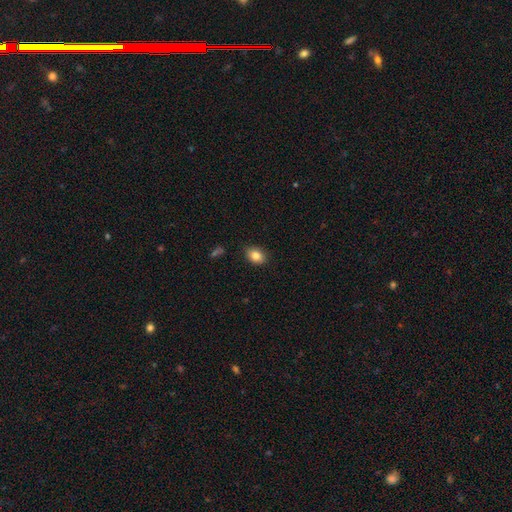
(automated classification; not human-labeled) Q: Smooth or featured?
A: smooth (84%); runner-up: star or artifact (9%)
Q: How rounded?
A: in between (72%); runner-up: round (26%)
Q: Merging?
A: none (83%); runner-up: minor disturbance (13%)